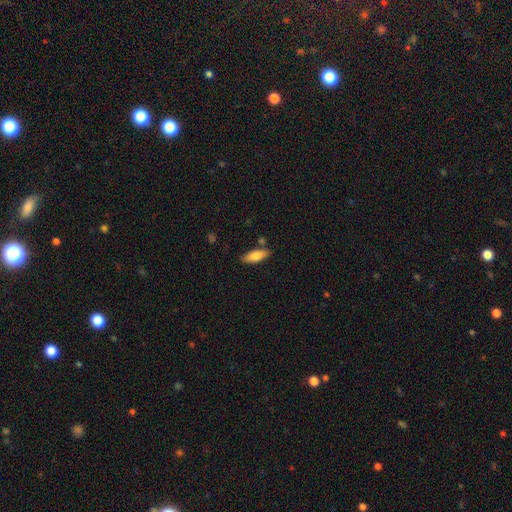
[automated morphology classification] smooth_or_featured: smooth (p=0.84) [alt: featured or disk p=0.10]
how_rounded: in between (p=0.69) [alt: cigar-shaped p=0.29]
merging: none (p=0.80) [alt: minor disturbance p=0.12]